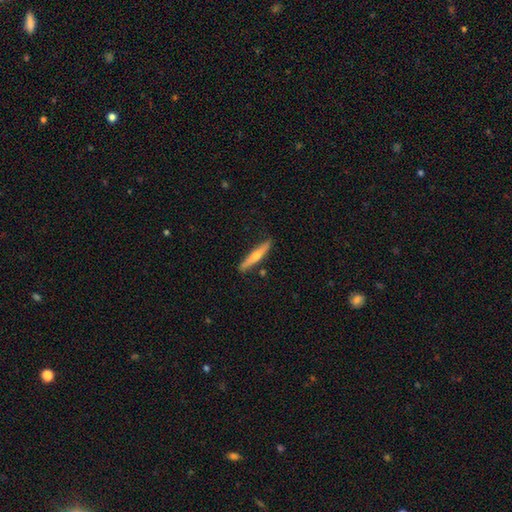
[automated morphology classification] Smooth or featured? featured or disk (47%, tied with smooth)
Merging? none (87%)